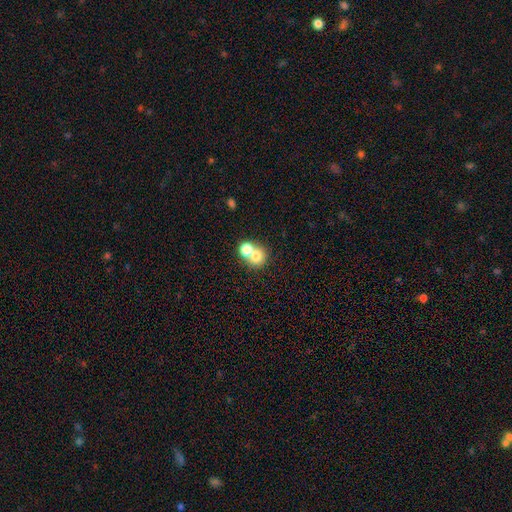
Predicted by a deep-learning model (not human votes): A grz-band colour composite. It shows a smooth galaxy with no disk features (73%) that is round (79%). Merging: merger (56%).